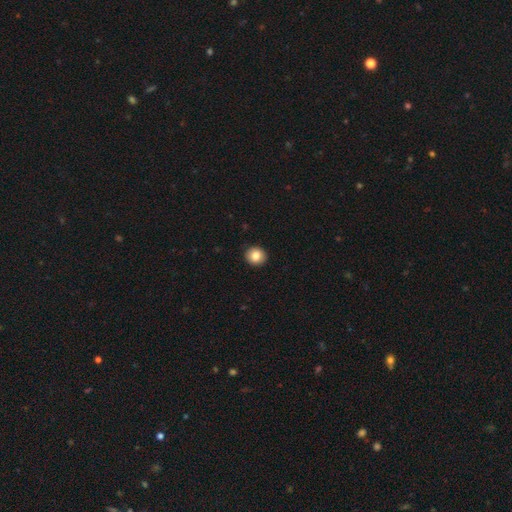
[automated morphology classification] Q: Smooth or featured?
A: smooth (84%); runner-up: star or artifact (9%)
Q: How rounded?
A: round (85%); runner-up: in between (14%)
Q: Merging?
A: none (92%); runner-up: minor disturbance (5%)